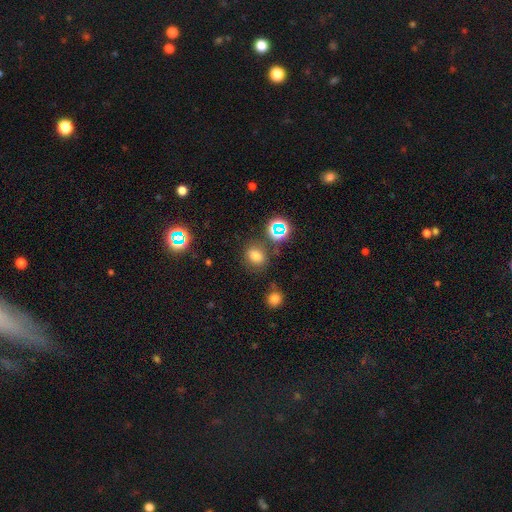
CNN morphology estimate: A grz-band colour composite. It shows a smooth galaxy with no disk features (72%) that is in between round and cigar-shaped (49%, tied with round). Merging: none (75%).